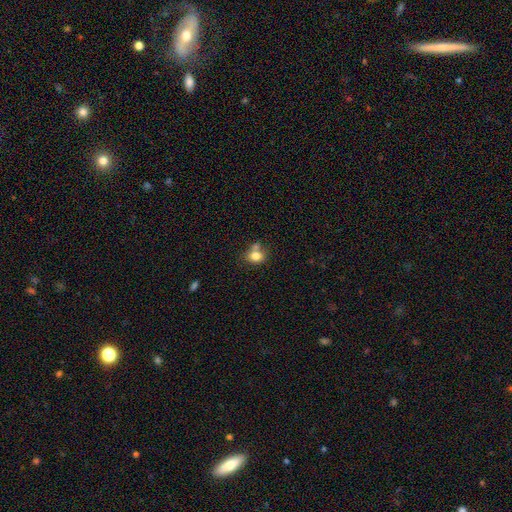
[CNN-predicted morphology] This is likely a smooth galaxy (79%). How rounded: possibly round (53%). Merging: possibly none (49%).